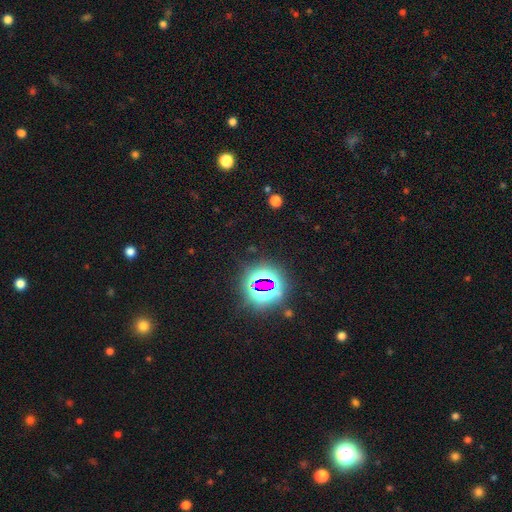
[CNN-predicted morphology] Overall: star or artifact (81%).